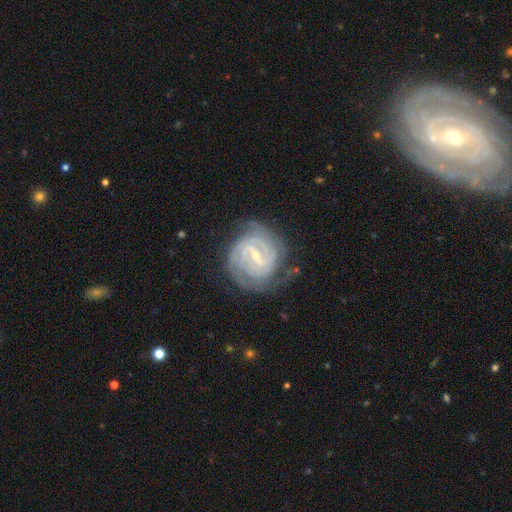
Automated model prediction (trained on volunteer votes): Smooth or featured?
  - featured or disk: 89% *
  - smooth: 6%
  - star or artifact: 5%
Edge-on disk?
  - no: 97% *
  - yes: 3%
Bar?
  - weak: 47% *
  - strong: 42%
  - no: 11%
Spiral arms?
  - yes: 97% *
  - no: 3%
Spiral winding?
  - tight: 71% *
  - medium: 25%
  - loose: 4%
Spiral arm count?
  - 2: 37% *
  - can't tell: 22%
  - 3: 19%
  - 4: 12%
  - more than 4: 5%
  - 1: 5%
Bulge size?
  - small: 71% *
  - moderate: 24%
  - none: 3%
  - large: 1%
  - dominant: 1%
Merging?
  - none: 73% *
  - minor disturbance: 18%
  - major disturbance: 8%
  - merger: 2%